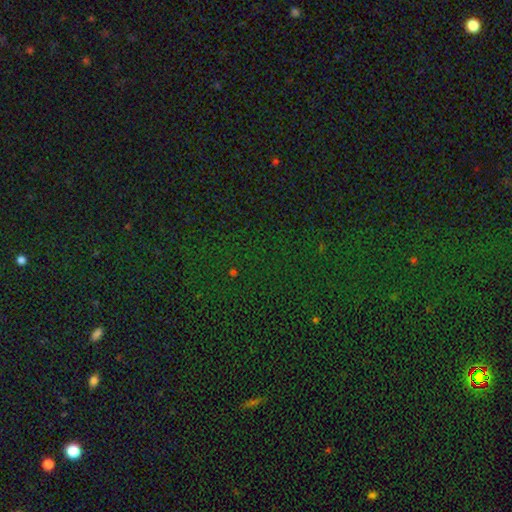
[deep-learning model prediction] Overall: star or artifact (81%).